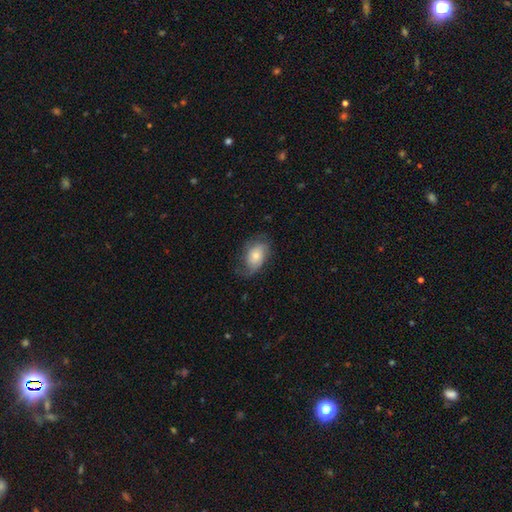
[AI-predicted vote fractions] Q: Smooth or featured?
A: smooth (48%); runner-up: featured or disk (44%)
Q: Merging?
A: none (59%); runner-up: minor disturbance (26%)